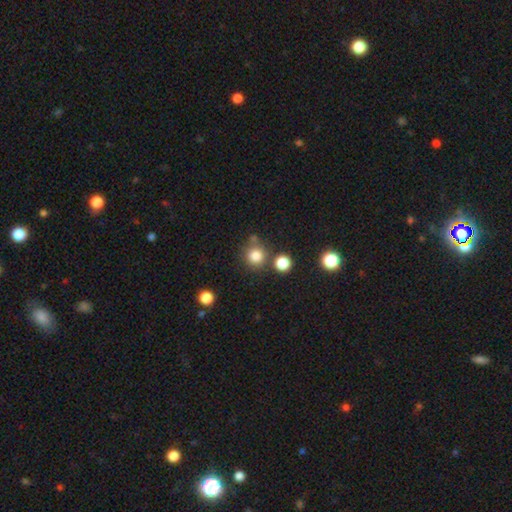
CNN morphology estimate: The model was most divided on "merging": none: 74%, merger: 13%, minor disturbance: 10%, major disturbance: 4%. More confident: how rounded — round (92%); smooth or featured — smooth (82%).